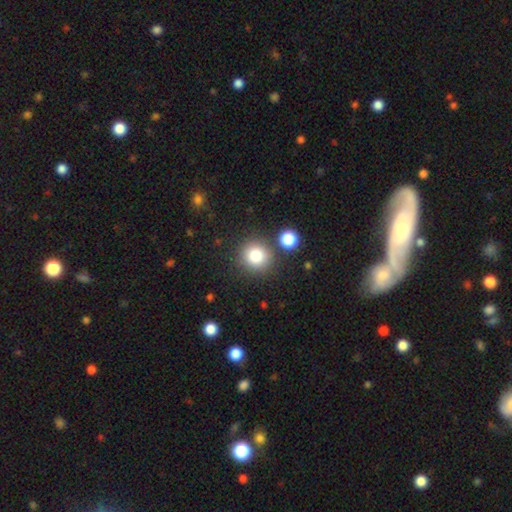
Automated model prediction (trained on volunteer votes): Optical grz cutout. It shows a smooth galaxy with no disk features (80%) that is round (92%). Merging: none (80%).